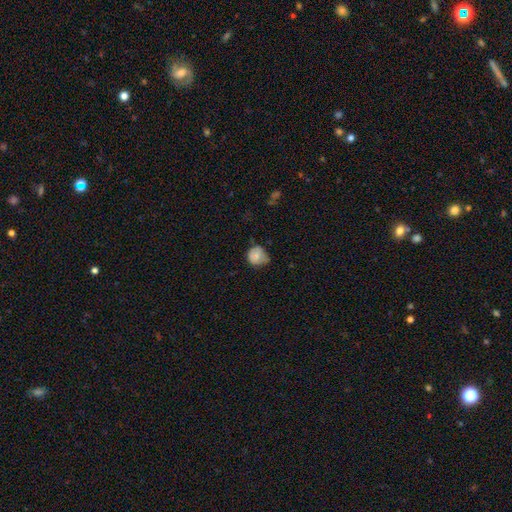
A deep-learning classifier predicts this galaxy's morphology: Q: Smooth or featured?
A: smooth (74%); runner-up: featured or disk (18%)
Q: How rounded?
A: round (80%); runner-up: in between (19%)
Q: Merging?
A: none (43%); tied with: minor disturbance (43%)